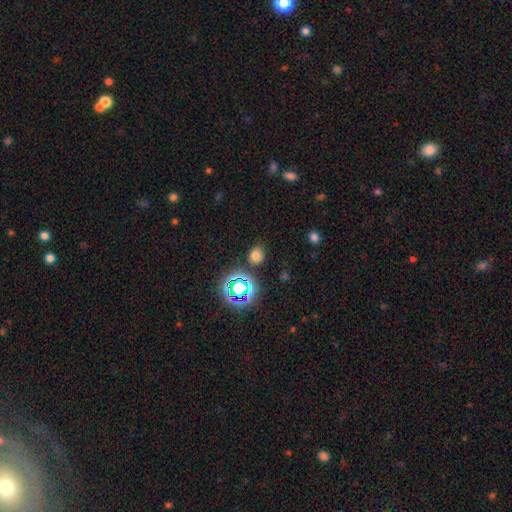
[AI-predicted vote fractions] The model was most divided on "how rounded": round: 67%, in between: 31%, cigar-shaped: 1%. More confident: merging — none (83%); smooth or featured — smooth (68%).